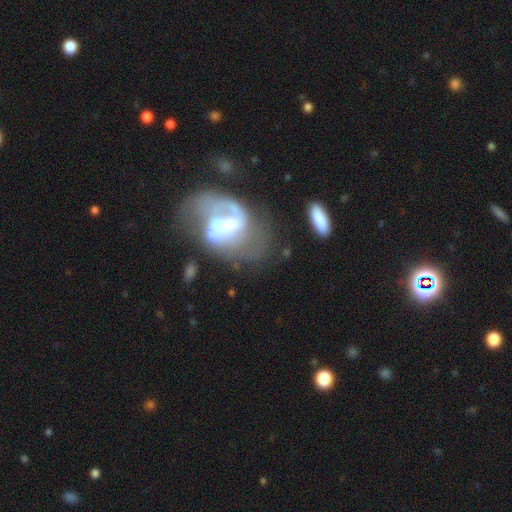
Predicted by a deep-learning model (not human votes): Q: Smooth or featured?
A: featured or disk (84%); runner-up: smooth (9%)
Q: Edge-on disk?
A: no (97%); runner-up: yes (3%)
Q: Bar?
A: weak (49%); runner-up: strong (30%)
Q: Spiral arms?
A: yes (91%); runner-up: no (9%)
Q: Spiral winding?
A: medium (48%); runner-up: loose (30%)
Q: Spiral arm count?
A: 2 (75%); runner-up: 1 (10%)
Q: Bulge size?
A: moderate (48%); runner-up: small (37%)
Q: Merging?
A: none (55%); runner-up: minor disturbance (18%)